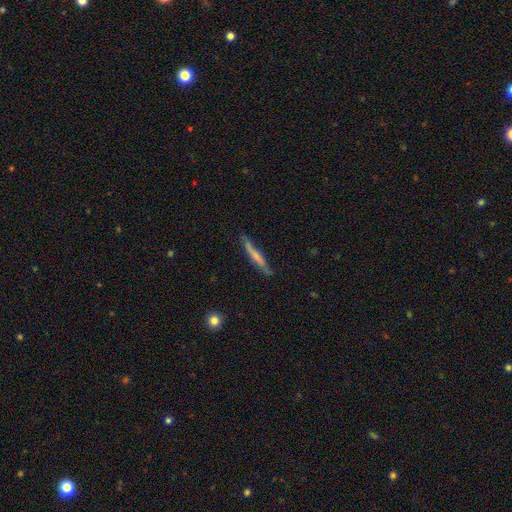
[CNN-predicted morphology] type=smooth (49%); merging=none (74%).